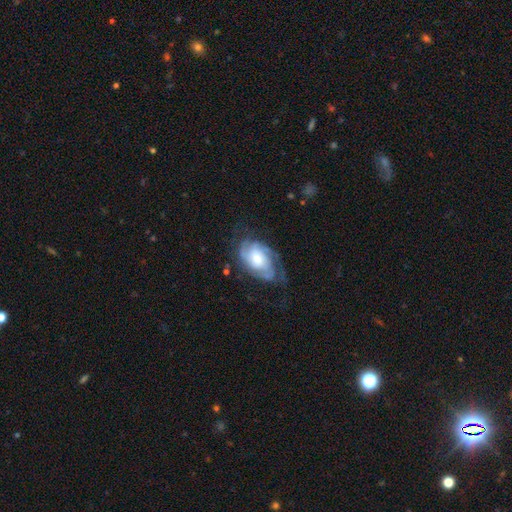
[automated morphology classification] smooth-or-featured: featured or disk: 82% | smooth: 12% | star or artifact: 6%
  disk-edge-on: no: 96% | yes: 4%
    bar: no: 66% | weak: 27% | strong: 7%
    has-spiral-arms: yes: 95% | no: 5%
      spiral-winding: tight: 58% | medium: 34% | loose: 8%
      spiral-arm-count: 2: 37% | can't tell: 25% | 3: 23% | 4: 6% | 1: 5% | more than 4: 4%
    bulge-size: moderate: 58% | small: 23% | large: 14% | none: 3% | dominant: 2%
  merging: none: 65% | minor disturbance: 22% | major disturbance: 12% | merger: 1%